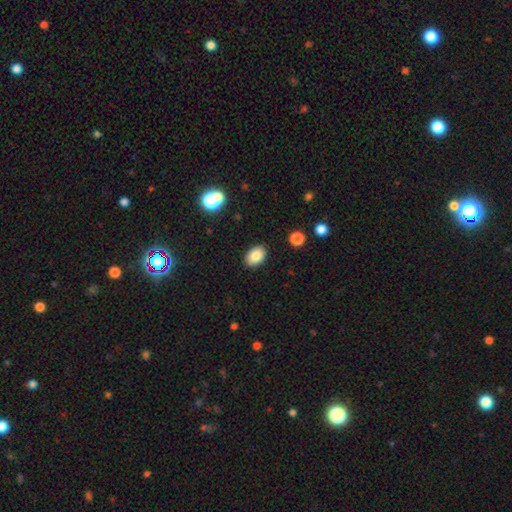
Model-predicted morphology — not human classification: The model was most divided on "how rounded": in between: 81%, round: 18%, cigar-shaped: 1%. More confident: merging — none (88%); smooth or featured — smooth (85%).